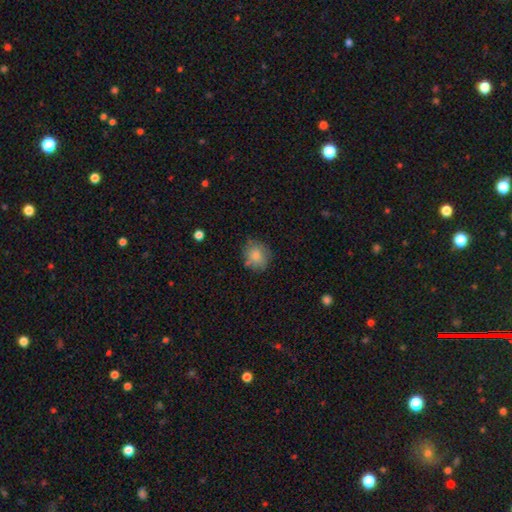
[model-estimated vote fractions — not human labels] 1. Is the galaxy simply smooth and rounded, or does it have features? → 80% smooth, 12% featured or disk, 9% star or artifact.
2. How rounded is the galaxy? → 80% round, 19% in between, 1% cigar-shaped.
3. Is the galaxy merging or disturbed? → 74% none, 19% minor disturbance, 5% major disturbance, 3% merger.